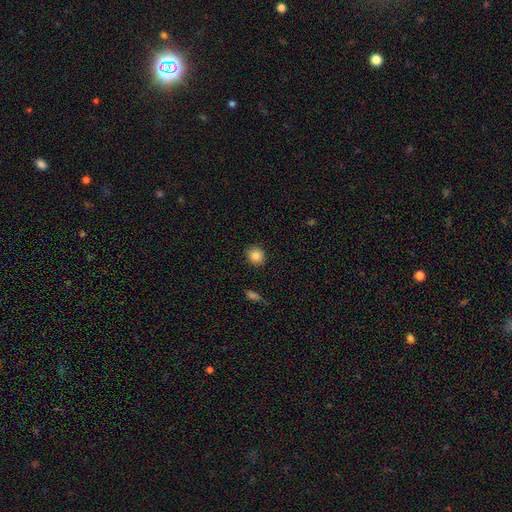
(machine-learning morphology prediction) smooth 86%, star or artifact 9%, featured or disk 5%. Down the decision tree: how rounded — round (88%); merging — none (90%).